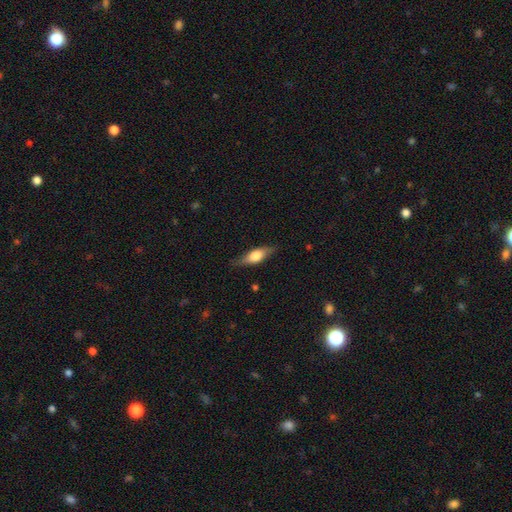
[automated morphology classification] Overall: smooth (57%; featured or disk 37%). How rounded: in between (60%; cigar-shaped 37%). Merging: none (79%).